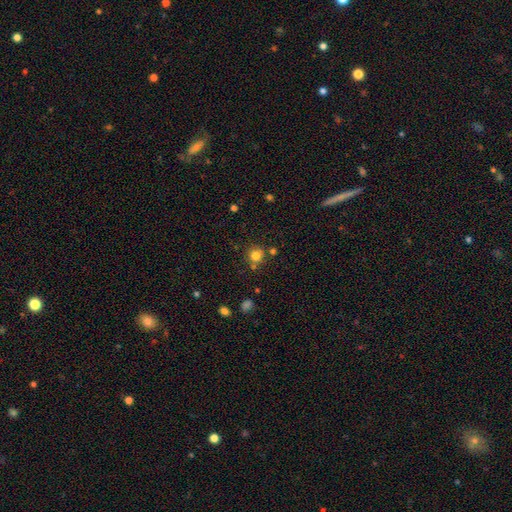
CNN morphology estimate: smooth-or-featured: smooth: 80% | star or artifact: 13% | featured or disk: 7%
  how-rounded: round: 91% | in between: 8% | cigar-shaped: 1%
  merging: none: 76% | merger: 11% | minor disturbance: 10% | major disturbance: 3%